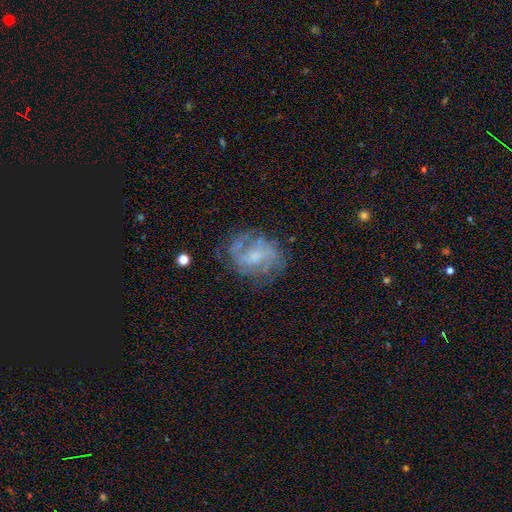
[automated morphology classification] Q: Smooth or featured?
A: featured or disk (70%); runner-up: smooth (21%)
Q: Edge-on disk?
A: no (97%); runner-up: yes (3%)
Q: Bar?
A: no (54%); runner-up: weak (38%)
Q: Spiral arms?
A: yes (73%); runner-up: no (27%)
Q: Bulge size?
A: small (41%); runner-up: moderate (37%)
Q: Merging?
A: none (61%); runner-up: minor disturbance (21%)